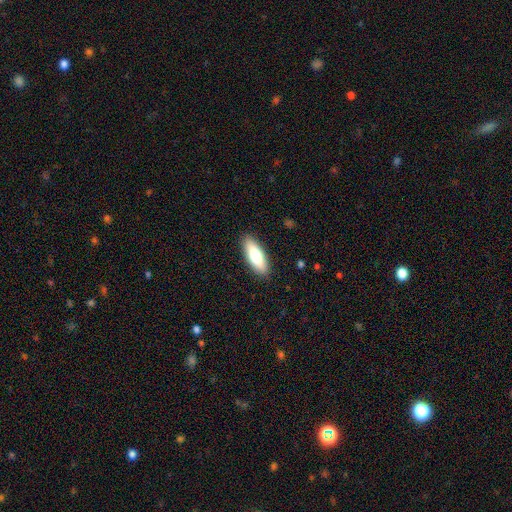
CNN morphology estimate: Smooth or featured? Predicted: smooth (p=0.71). How rounded? Predicted: in between (p=0.67). Merging? Predicted: none (p=0.89).